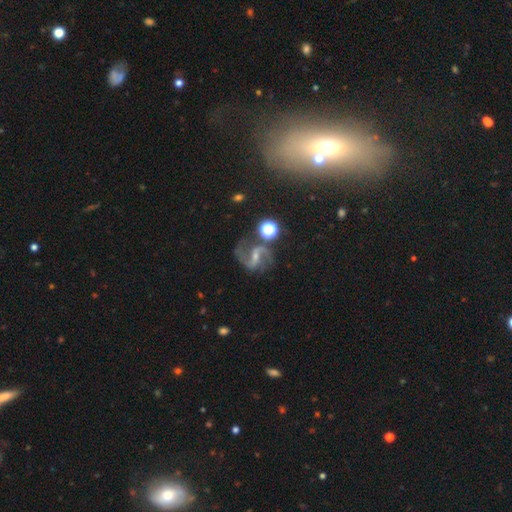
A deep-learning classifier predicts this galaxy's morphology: Smooth or featured: featured or disk — 85% (star or artifact — 9%)
Edge-on disk: no — 98% (yes — 2%)
Bar: weak — 43% (strong — 41%)
Spiral arms: yes — 96% (no — 4%)
Spiral winding: medium — 48% (loose — 40%)
Spiral arm count: 2 — 92% (can't tell — 2%)
Bulge size: small — 60% (moderate — 27%)
Merging: none — 72% (minor disturbance — 14%)